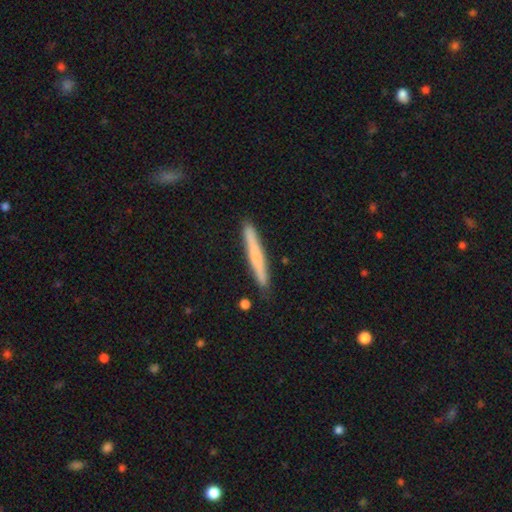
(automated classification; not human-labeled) Smooth or featured? Predicted: smooth (p=0.64). How rounded? Predicted: cigar-shaped (p=0.97). Merging? Predicted: none (p=0.90).